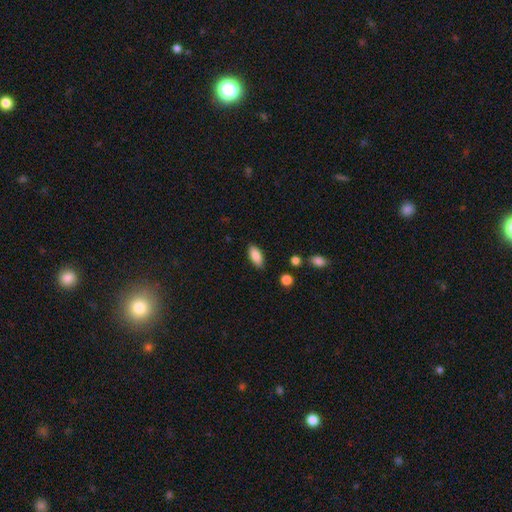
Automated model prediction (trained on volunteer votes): smooth_or_featured: smooth (p=0.85) [alt: featured or disk p=0.08]
how_rounded: in between (p=0.85) [alt: cigar-shaped p=0.13]
merging: none (p=0.85) [alt: minor disturbance p=0.11]